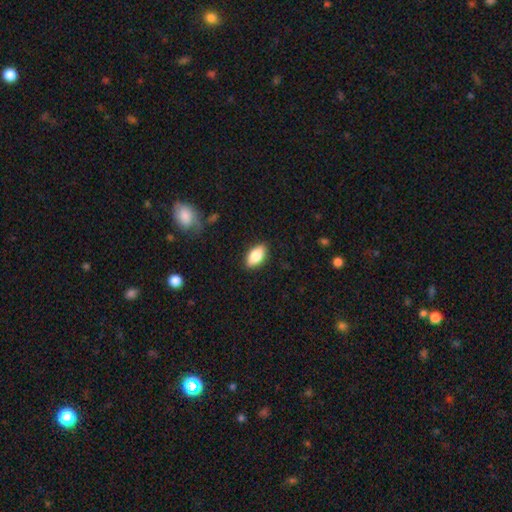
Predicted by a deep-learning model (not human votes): Smooth or featured: smooth — 82% (featured or disk — 11%)
How rounded: in between — 90% (cigar-shaped — 6%)
Merging: none — 87% (minor disturbance — 10%)